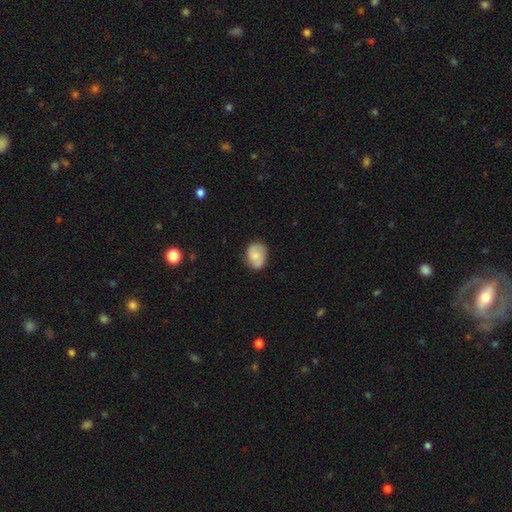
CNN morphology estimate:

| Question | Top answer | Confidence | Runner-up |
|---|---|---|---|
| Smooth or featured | smooth | 63% | featured or disk (30%) |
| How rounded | in between | 60% | round (39%) |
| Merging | none | 76% | minor disturbance (19%) |